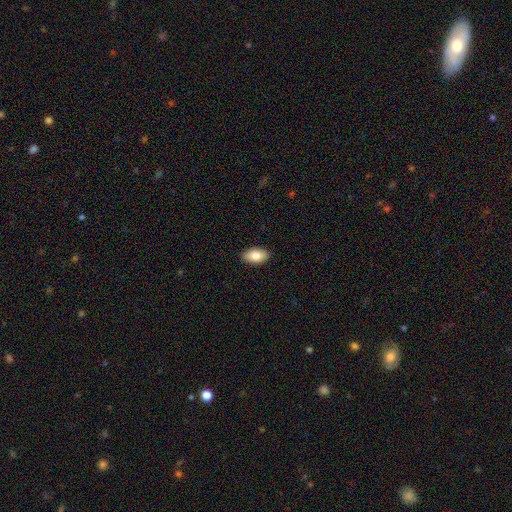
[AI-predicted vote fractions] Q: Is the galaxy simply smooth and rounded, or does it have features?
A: smooth — 84%.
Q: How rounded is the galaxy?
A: in between — 94%.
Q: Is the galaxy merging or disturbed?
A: none — 90%.